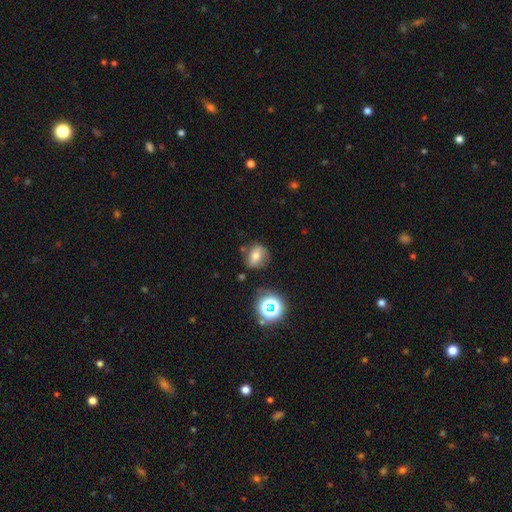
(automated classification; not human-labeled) Morphology: type=smooth (56%); roundness=round (62%); merging=none (68%).